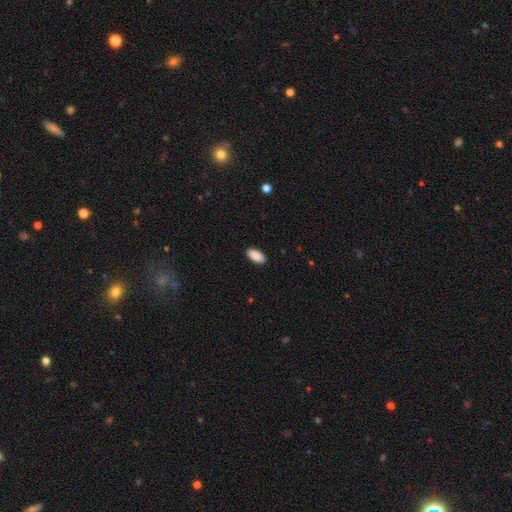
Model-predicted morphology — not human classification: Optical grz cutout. It shows a smooth galaxy with no disk features (90%) that is in between round and cigar-shaped (94%). Merging: none (90%).